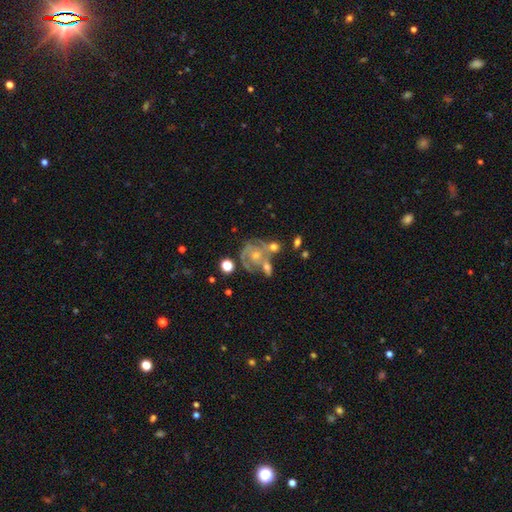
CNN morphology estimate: This is likely a featured or disk galaxy (77%). It is clearly not viewed edge-on (98%). Bar: likely no (71%). Spiral arm pattern: clearly yes (89%). Spiral arm count: marginally 2 (37%). Spiral winding: possibly tight (53%). Central bulge: possibly small (52%). Merging: marginally none (45%).